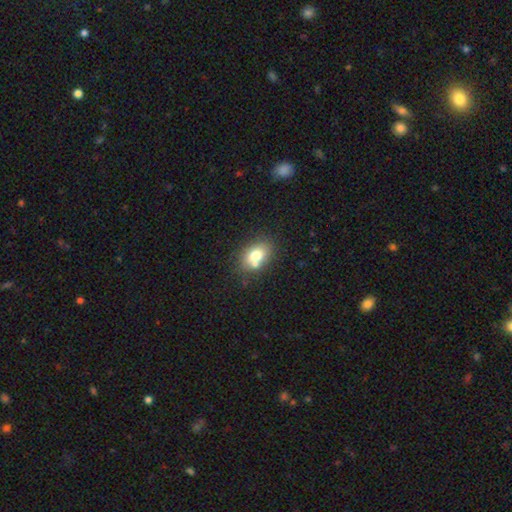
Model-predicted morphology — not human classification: A smooth galaxy with no disk features (73%) that is in between round and cigar-shaped (75%). Merging: none (62%).